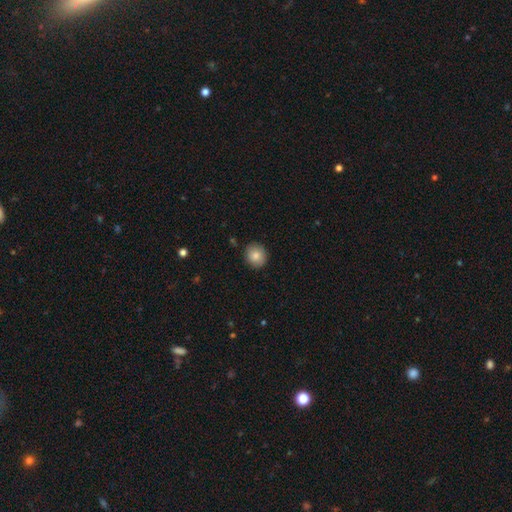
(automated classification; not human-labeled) Q: Smooth or featured?
A: smooth (84%); runner-up: star or artifact (8%)
Q: How rounded?
A: round (78%); runner-up: in between (21%)
Q: Merging?
A: none (89%); runner-up: minor disturbance (8%)